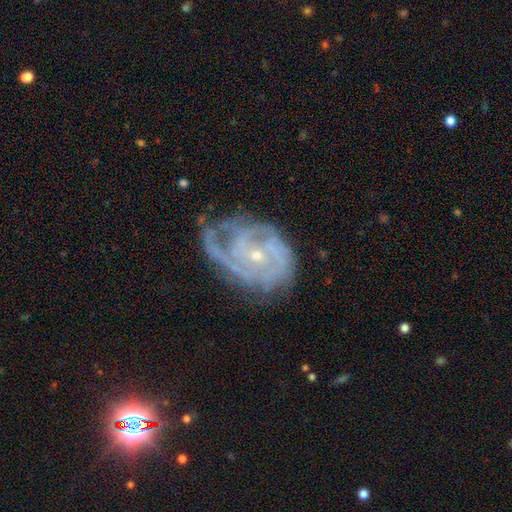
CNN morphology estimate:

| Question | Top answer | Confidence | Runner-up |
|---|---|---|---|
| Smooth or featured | featured or disk | 85% | smooth (8%) |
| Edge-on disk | no | 97% | yes (3%) |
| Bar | no | 70% | weak (25%) |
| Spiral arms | yes | 94% | no (6%) |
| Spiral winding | tight | 58% | medium (33%) |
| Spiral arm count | can't tell | 32% | 2 (23%) |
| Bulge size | small | 77% | moderate (20%) |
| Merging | none | 51% | minor disturbance (28%) |